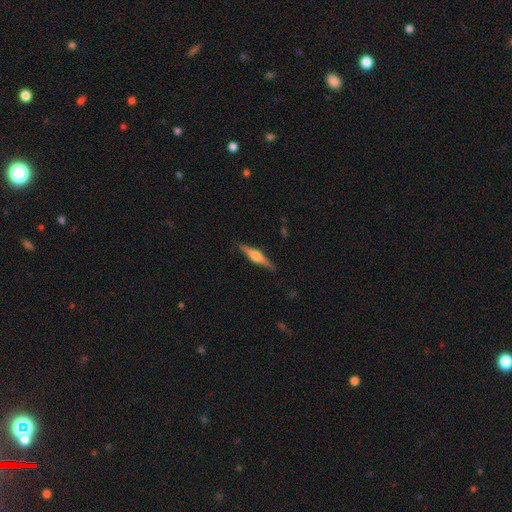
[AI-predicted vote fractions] This appears to be a featured or disk galaxy (72%) viewed edge-on (98%) with a rounded central bulge (81%). Merging: none (89%).